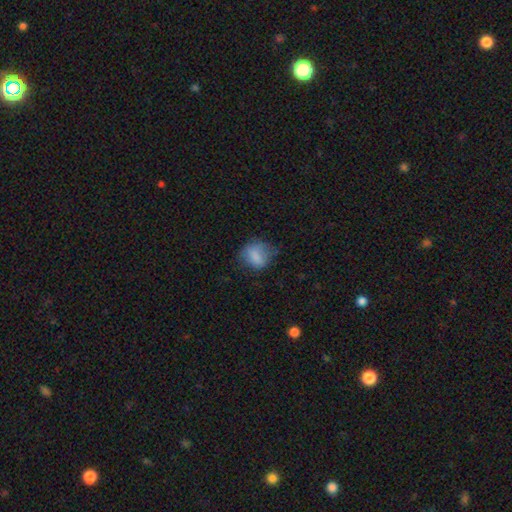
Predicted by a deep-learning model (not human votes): smooth_or_featured: smooth (p=0.79) [alt: featured or disk p=0.12]
how_rounded: round (p=0.52) [alt: in between p=0.47]
merging: none (p=0.51) [alt: minor disturbance p=0.32]